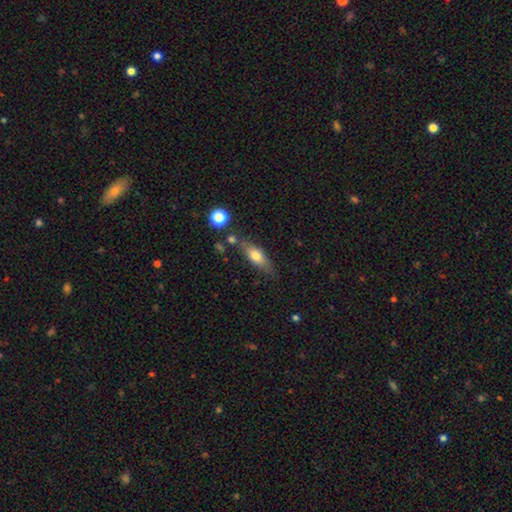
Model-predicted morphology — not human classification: The model was most divided on "how rounded": in between: 61%, cigar-shaped: 35%, round: 4%. More confident: merging — none (70%); smooth or featured — smooth (65%).